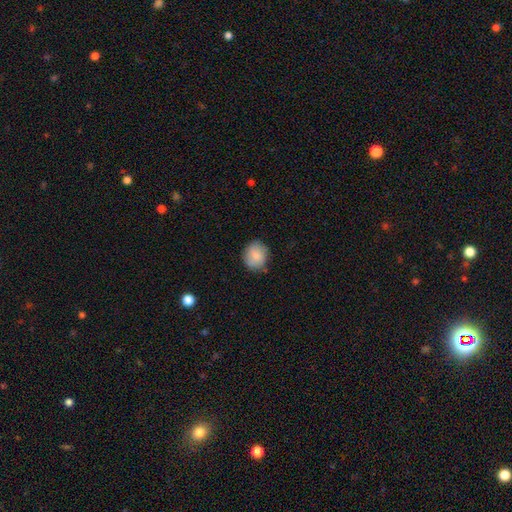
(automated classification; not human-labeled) A smooth galaxy with no disk features (84%) that is round (74%). Merging: none (78%).